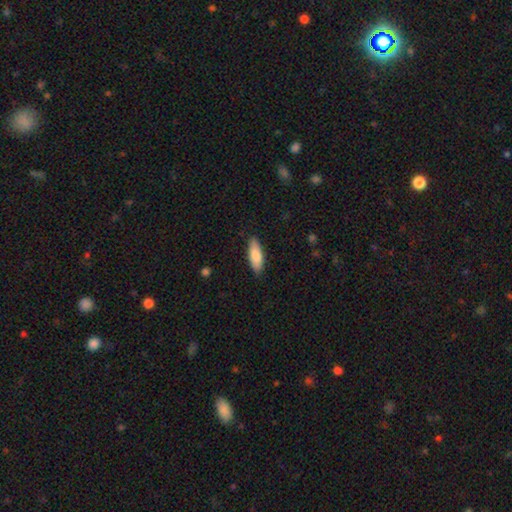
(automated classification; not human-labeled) smooth_or_featured: smooth (p=0.83) [alt: featured or disk p=0.12]
how_rounded: in between (p=0.66) [alt: cigar-shaped p=0.32]
merging: none (p=0.85) [alt: minor disturbance p=0.12]